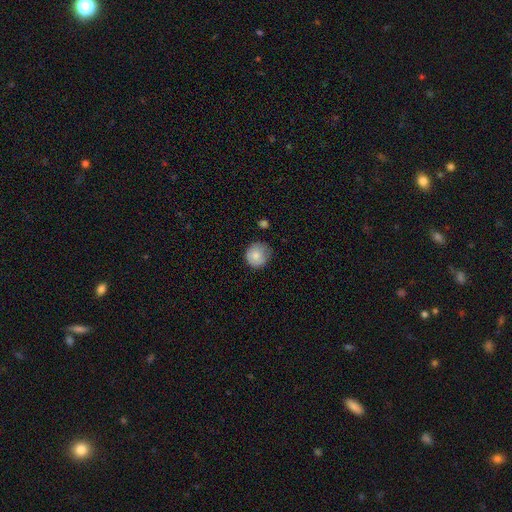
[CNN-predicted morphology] Smooth or featured?
  - smooth: 81% *
  - featured or disk: 11%
  - star or artifact: 8%
How rounded?
  - round: 90% *
  - in between: 9%
  - cigar-shaped: 1%
Merging?
  - none: 68% *
  - minor disturbance: 25%
  - major disturbance: 5%
  - merger: 2%